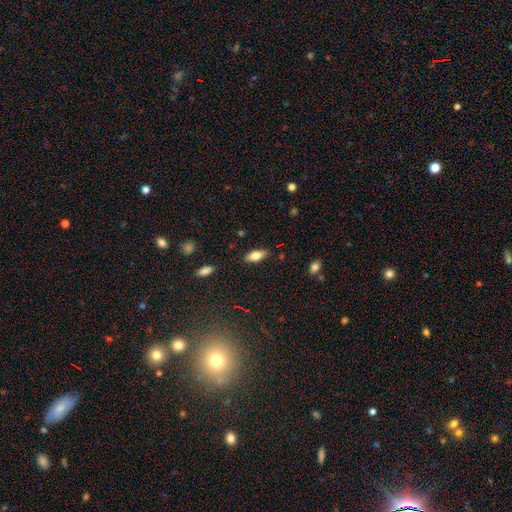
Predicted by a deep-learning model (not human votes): A smooth galaxy with no disk features (75%) that is in between round and cigar-shaped (79%). Merging: none (84%).